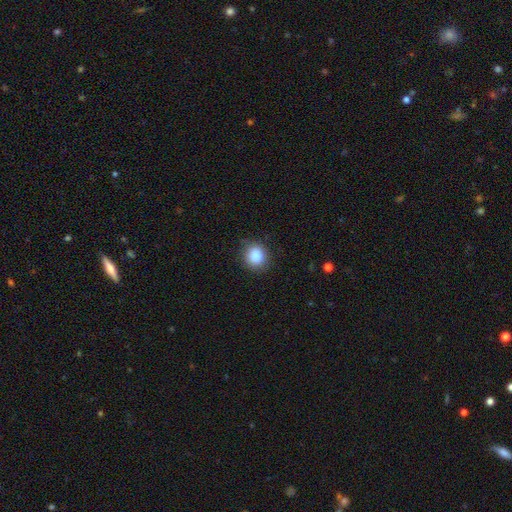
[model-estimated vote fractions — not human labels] A smooth galaxy with no disk features (87%) that is round (79%). Merging: none (82%).